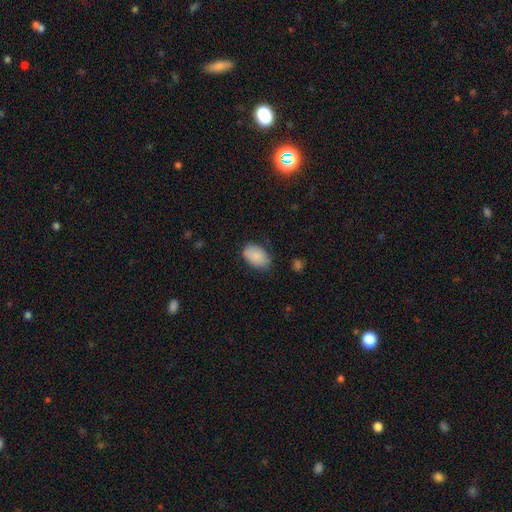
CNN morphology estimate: Smooth or featured: smooth — 87% (star or artifact — 7%)
How rounded: in between — 90% (round — 9%)
Merging: none — 71% (minor disturbance — 23%)